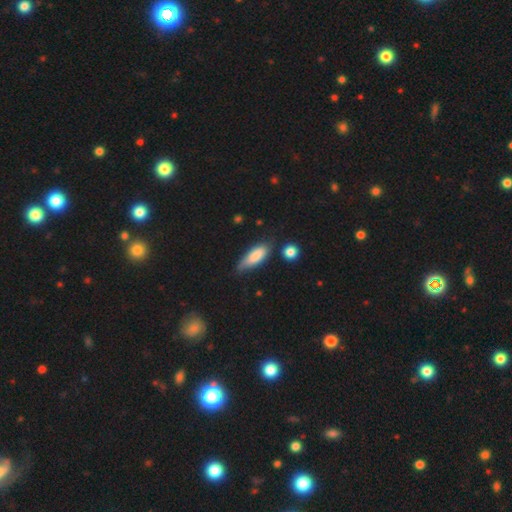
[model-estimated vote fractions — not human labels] Overall: smooth (81%). How rounded: in between (61%; cigar-shaped 37%). Merging: none (60%; minor disturbance 29%).